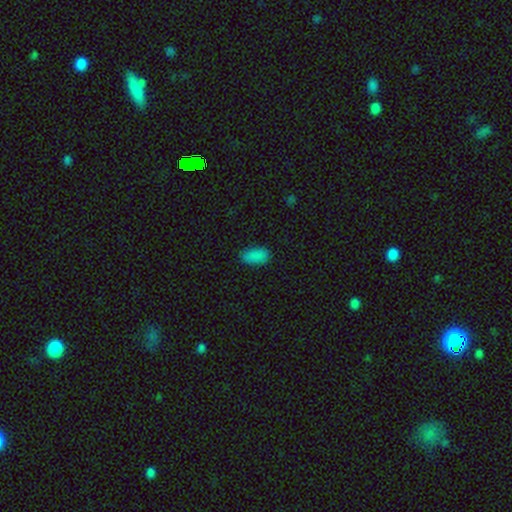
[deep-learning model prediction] Smooth or featured? smooth (86%)
How rounded? in between (94%)
Merging? none (83%)